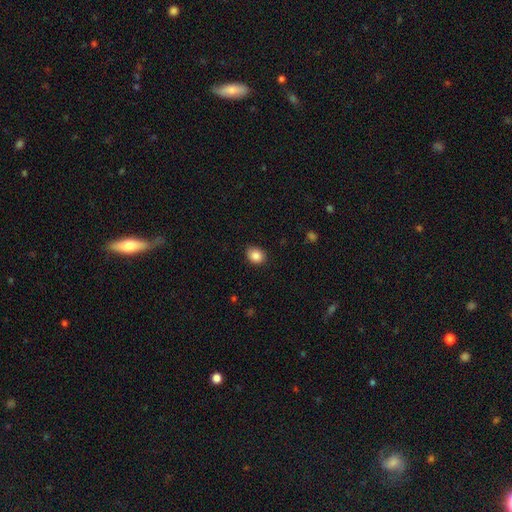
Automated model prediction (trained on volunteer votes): A smooth galaxy with no disk features (87%) that is in between round and cigar-shaped (51%).

Vote fractions:
- Smooth or featured? smooth: 87% / star or artifact: 9% / featured or disk: 4%
- How rounded? in between: 51% / round: 49% / cigar-shaped: 1%
- Merging? none: 85% / minor disturbance: 12% / major disturbance: 2% / merger: 1%